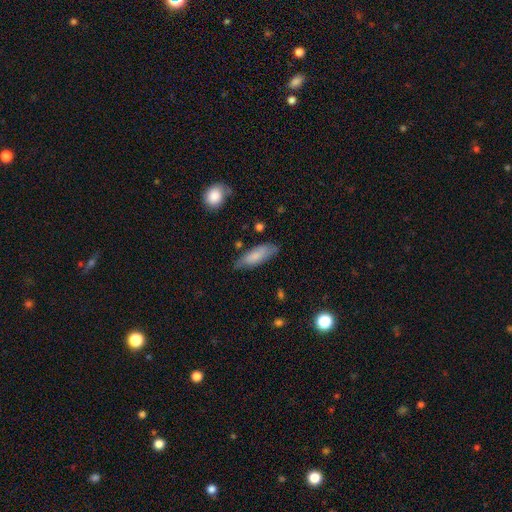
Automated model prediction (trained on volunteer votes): Morphology: type=smooth (77%); roundness=in between (63%); merging=none (70%).